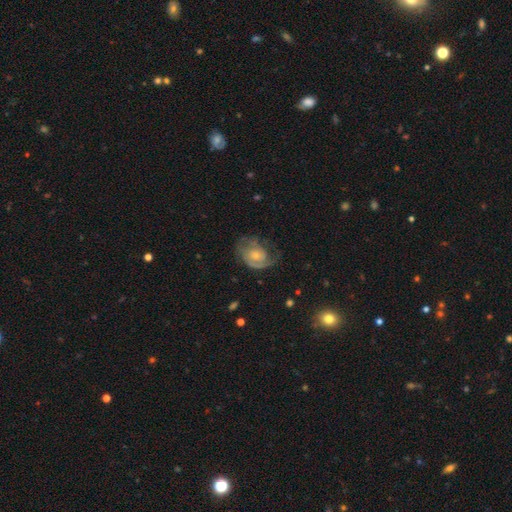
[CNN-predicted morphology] This is likely a featured or disk galaxy (73%). It is clearly not viewed edge-on (97%). Bar: likely no (74%). Spiral arm pattern: clearly yes (88%). Spiral arm count: marginally 2 (41%). Spiral winding: possibly tight (46%). Central bulge: possibly small (53%). Merging: possibly none (53%).